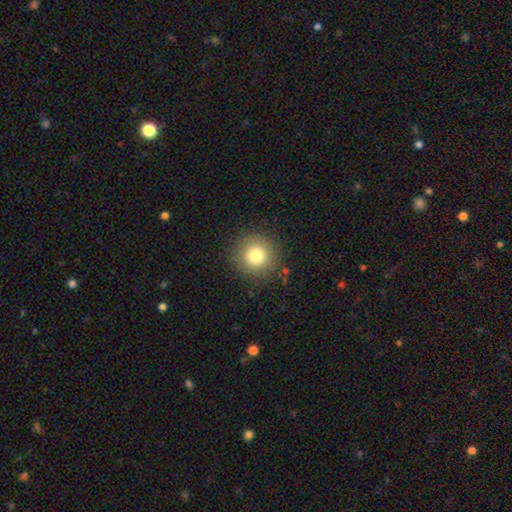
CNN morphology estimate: Smooth or featured? Predicted: smooth (p=0.79). How rounded? Predicted: round (p=0.94). Merging? Predicted: none (p=0.88).